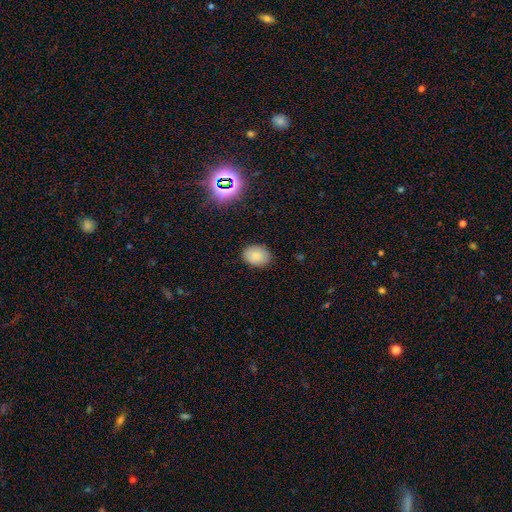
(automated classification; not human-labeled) Smooth or featured: smooth — 83% (star or artifact — 10%)
How rounded: in between — 64% (round — 35%)
Merging: none — 86% (minor disturbance — 11%)